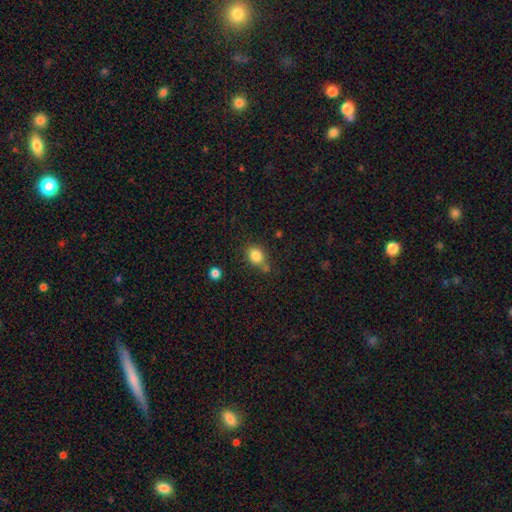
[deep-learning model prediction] smooth_or_featured: smooth (p=0.83) [alt: star or artifact p=0.10]
how_rounded: round (p=0.52) [alt: in between p=0.47]
merging: none (p=0.62) [alt: minor disturbance p=0.19]